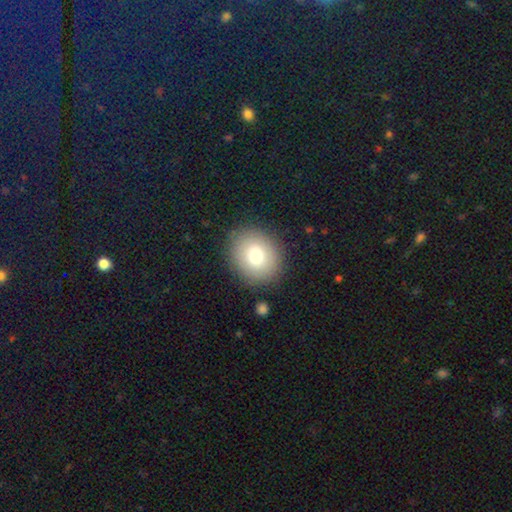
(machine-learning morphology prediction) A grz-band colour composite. It shows a smooth galaxy with no disk features (76%) that is round (71%). Merging: none (86%).